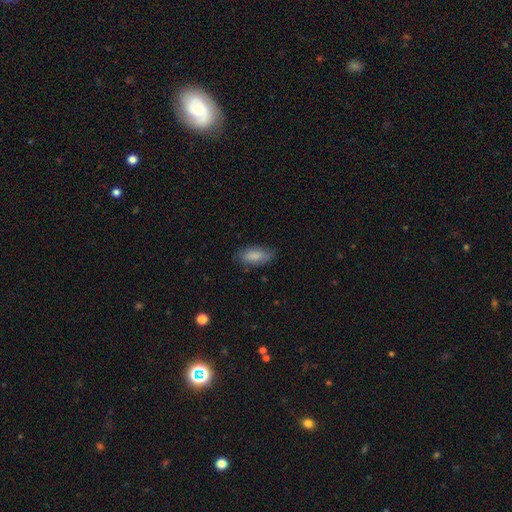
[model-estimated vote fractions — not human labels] This appears to be a smooth galaxy with no disk features (84%) that is in between round and cigar-shaped (85%). Merging: none (78%).